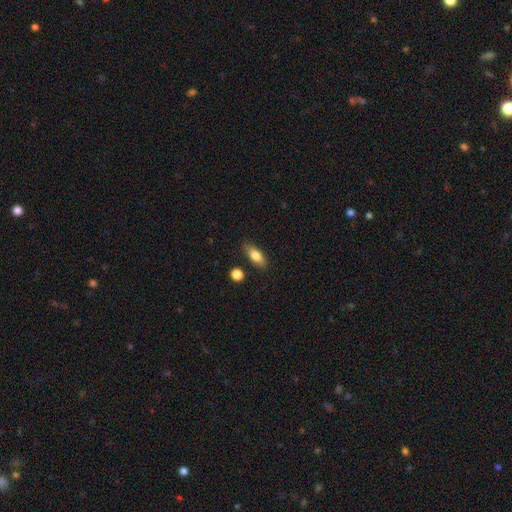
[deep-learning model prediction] smooth_or_featured: smooth (p=0.77) [alt: featured or disk p=0.15]
how_rounded: in between (p=0.72) [alt: cigar-shaped p=0.23]
merging: none (p=0.81) [alt: minor disturbance p=0.12]